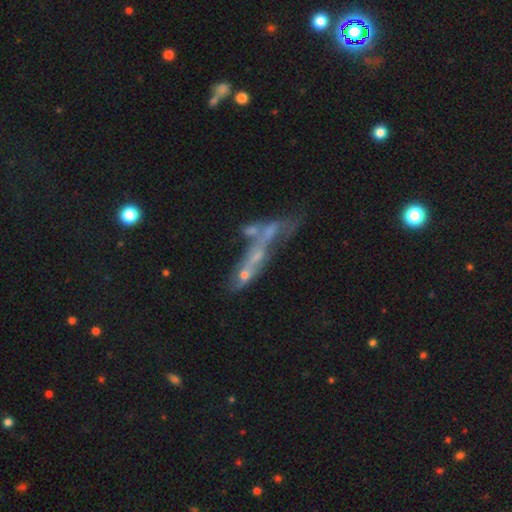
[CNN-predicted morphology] smooth_or_featured: featured or disk (p=0.56) [alt: smooth p=0.26]
disk_edge_on: no (p=0.72) [alt: yes p=0.28]
merging: merger (p=0.43) [alt: major disturbance p=0.23]